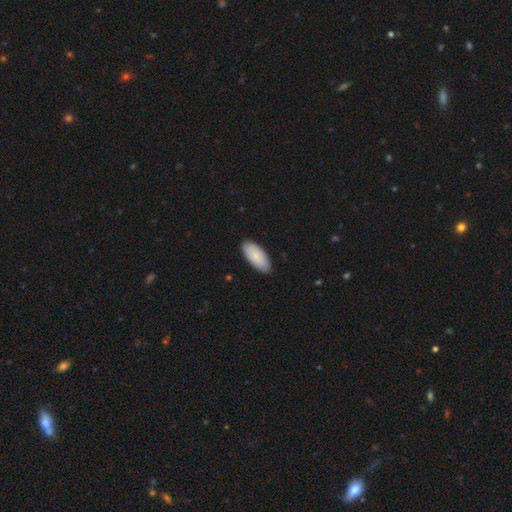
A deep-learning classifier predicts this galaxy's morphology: This is clearly a smooth galaxy (88%). How rounded: clearly in between (92%). Merging: clearly none (87%).